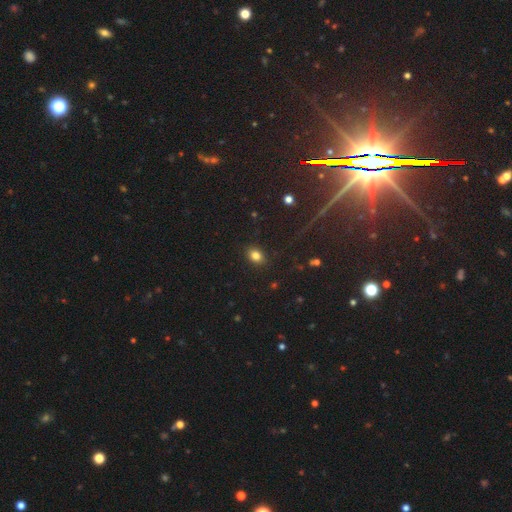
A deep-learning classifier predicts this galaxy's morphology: smooth_or_featured: smooth (p=0.82) [alt: star or artifact p=0.12]
how_rounded: in between (p=0.66) [alt: round p=0.33]
merging: none (p=0.88) [alt: minor disturbance p=0.08]